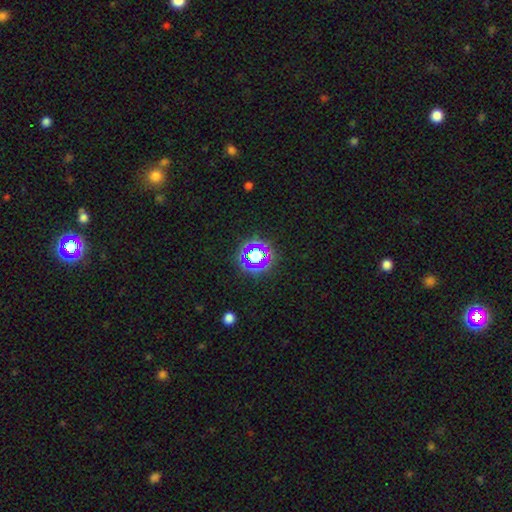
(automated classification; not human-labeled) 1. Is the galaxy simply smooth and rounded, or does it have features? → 59% star or artifact, 28% smooth, 13% featured or disk.